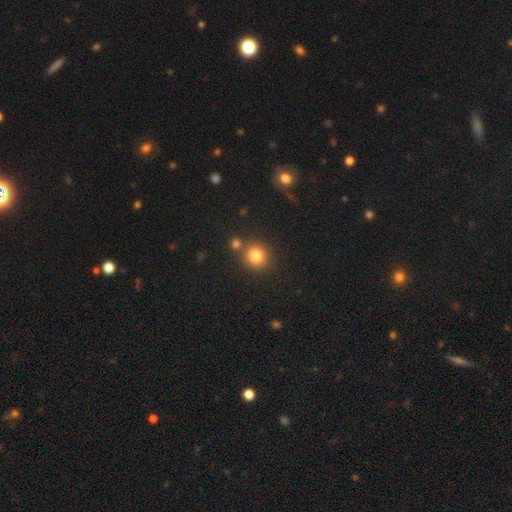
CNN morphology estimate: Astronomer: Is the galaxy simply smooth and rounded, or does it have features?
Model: smooth — 82%.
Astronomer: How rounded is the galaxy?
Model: round — 87%.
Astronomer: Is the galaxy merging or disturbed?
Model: none — 75%.